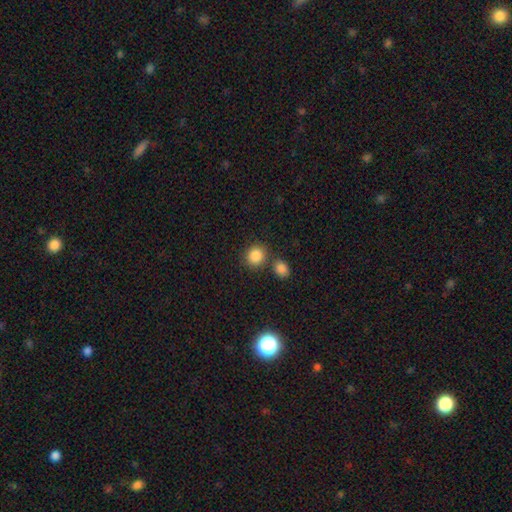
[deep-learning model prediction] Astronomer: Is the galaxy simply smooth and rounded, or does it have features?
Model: smooth — 86%.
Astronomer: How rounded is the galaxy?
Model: round — 82%.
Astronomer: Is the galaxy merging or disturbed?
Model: none — 70%.